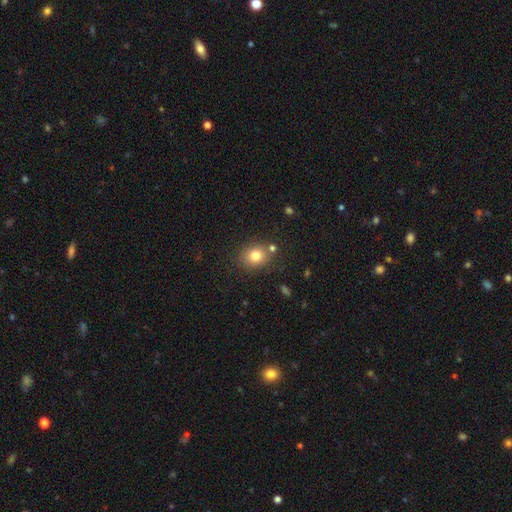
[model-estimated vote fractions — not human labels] A smooth galaxy with no disk features (80%) that is round (61%).

Vote fractions:
- Smooth or featured? smooth: 80% / star or artifact: 12% / featured or disk: 9%
- How rounded? round: 61% / in between: 38% / cigar-shaped: 1%
- Merging? none: 79% / minor disturbance: 11% / merger: 7% / major disturbance: 3%